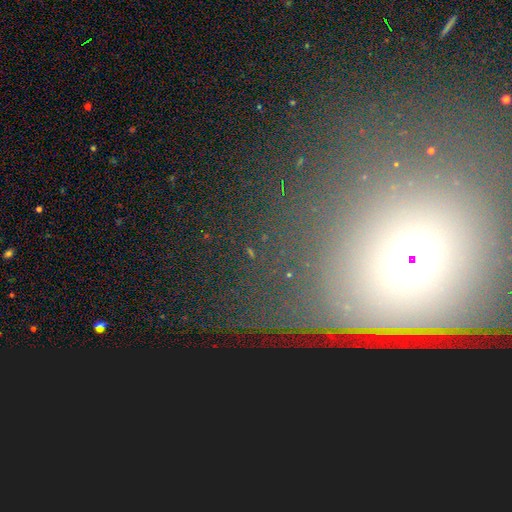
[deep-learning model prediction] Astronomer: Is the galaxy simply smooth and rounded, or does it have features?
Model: star or artifact — 44% (runner-up: smooth, 37%).